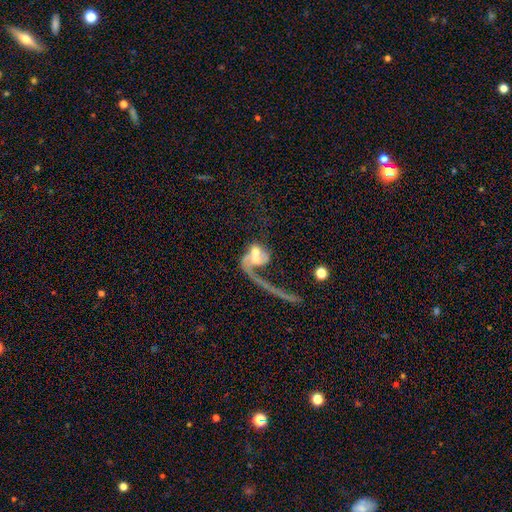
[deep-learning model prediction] The model was most divided on "spiral arms": yes: 61%, no: 39%. More confident: edge-on disk — no (95%); bar — no (71%); smooth or featured — featured or disk (63%); merging — merger (54%); bulge size — moderate (50%).